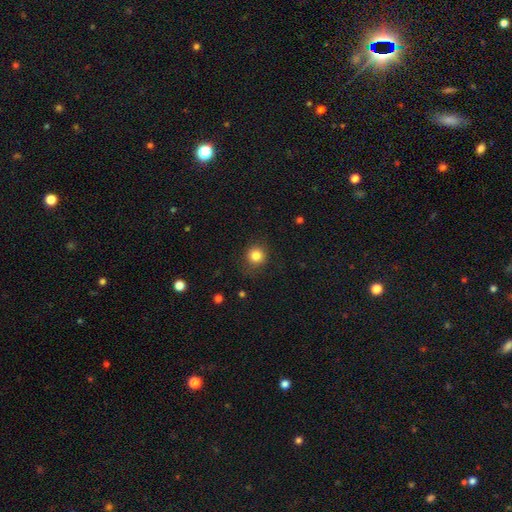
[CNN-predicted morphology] smooth-or-featured: smooth: 83% | star or artifact: 11% | featured or disk: 6%
  how-rounded: round: 90% | in between: 9% | cigar-shaped: 1%
  merging: none: 84% | minor disturbance: 11% | major disturbance: 4% | merger: 1%